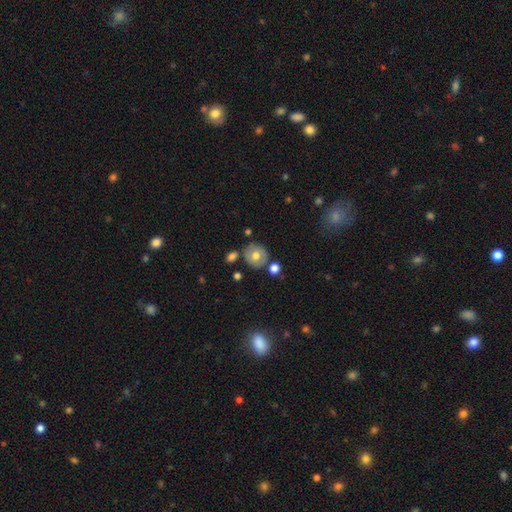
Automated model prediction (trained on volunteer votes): This appears to be a smooth galaxy with no disk features (60%) that is round (85%). Merging: none (73%).